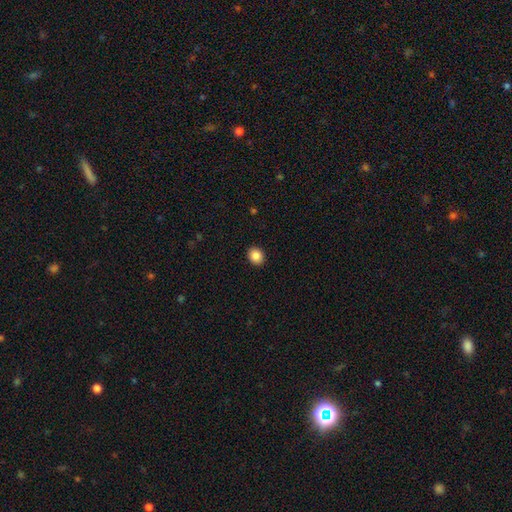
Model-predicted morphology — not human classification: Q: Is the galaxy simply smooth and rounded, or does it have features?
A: smooth — 86%.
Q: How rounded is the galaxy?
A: round — 57%.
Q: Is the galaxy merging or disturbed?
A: none — 92%.